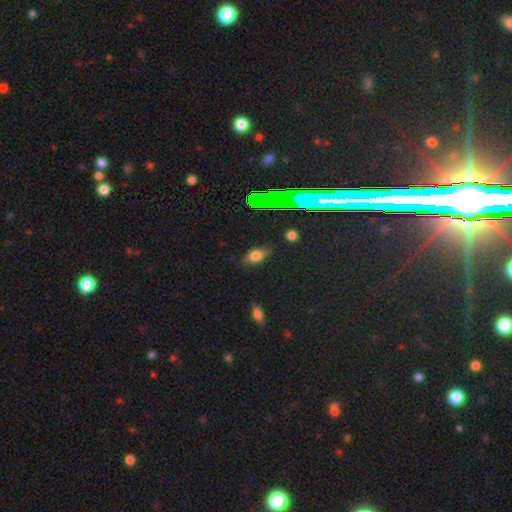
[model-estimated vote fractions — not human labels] This is likely a smooth galaxy (71%). How rounded: clearly in between (85%). Merging: likely none (75%).